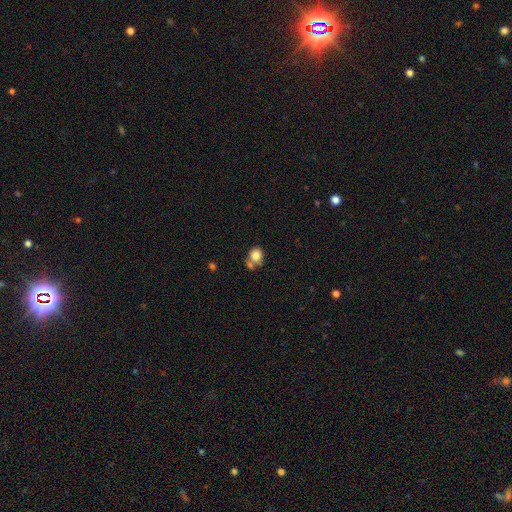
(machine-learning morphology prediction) Q: Smooth or featured?
A: smooth (82%); runner-up: star or artifact (9%)
Q: How rounded?
A: round (70%); runner-up: in between (29%)
Q: Merging?
A: none (49%); runner-up: merger (30%)